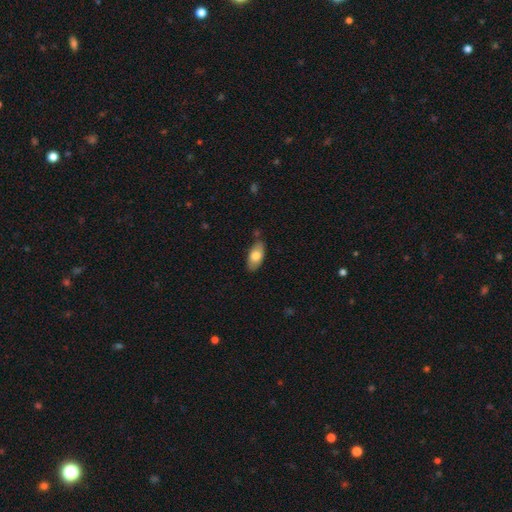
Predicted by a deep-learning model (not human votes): Morphology: type=smooth (78%); roundness=in between (91%); merging=none (78%).